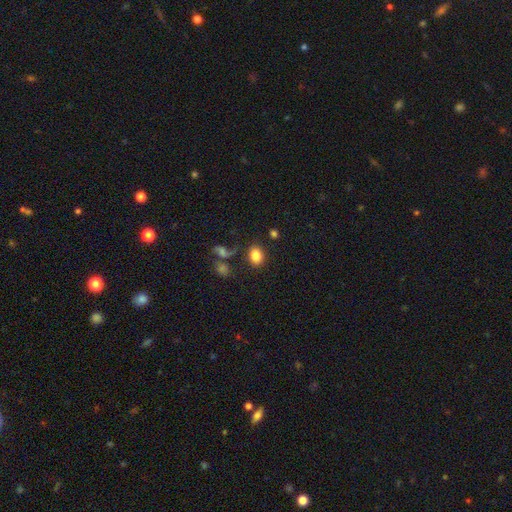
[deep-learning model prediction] smooth 83%, star or artifact 9%, featured or disk 8%. Down the decision tree: how rounded — in between (63%); merging — none (77%).